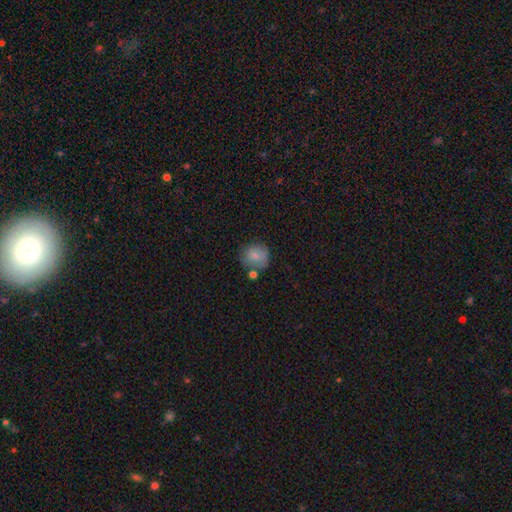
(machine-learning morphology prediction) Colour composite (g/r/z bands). It shows a smooth galaxy with no disk features (78%) that is round (82%). Merging: none (60%).